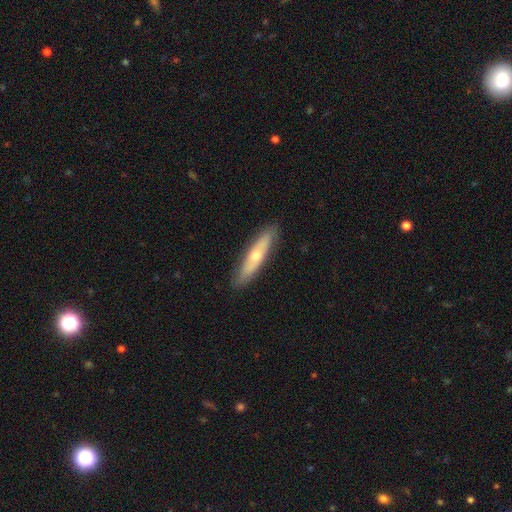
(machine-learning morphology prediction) A featured or disk galaxy (49%).

Vote fractions:
- Smooth or featured? featured or disk: 49% / smooth: 45% / star or artifact: 6%
- Merging? none: 88% / minor disturbance: 10% / major disturbance: 2% / merger: 1%